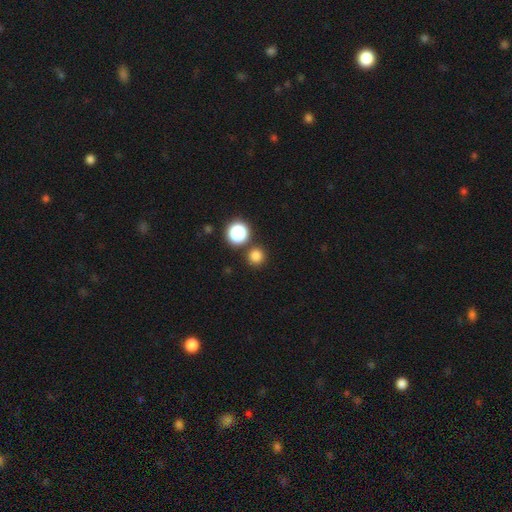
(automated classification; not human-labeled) A smooth galaxy with no disk features (79%) that is round (94%). Merging: none (86%).